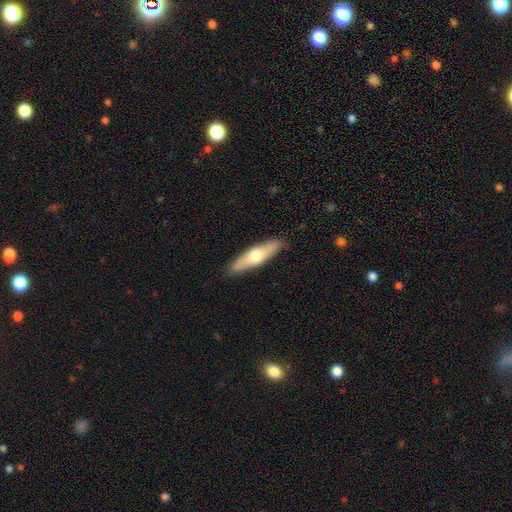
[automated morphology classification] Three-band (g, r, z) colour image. It shows a smooth galaxy with no disk features (52%) that is cigar-shaped (72%). Merging: none (88%).